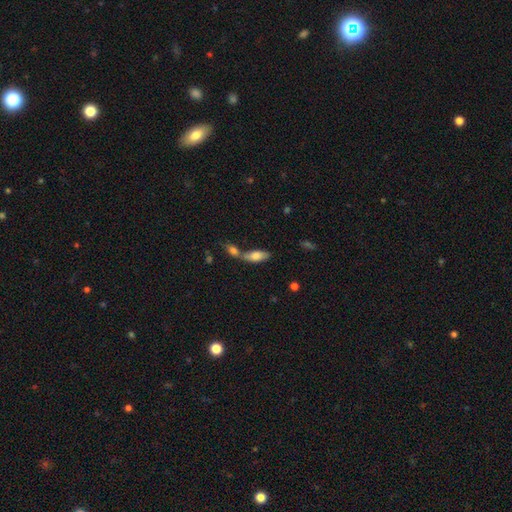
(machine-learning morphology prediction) Overall: smooth (75%). How rounded: in between (77%). Merging: merger (53%; none 33%).